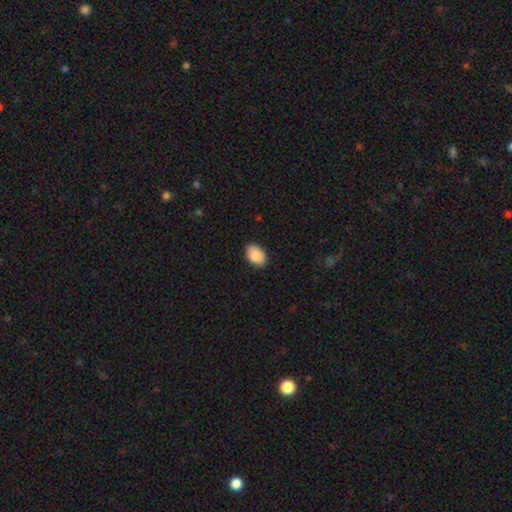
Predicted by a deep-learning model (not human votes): The model was most divided on "merging": none: 86%, minor disturbance: 11%, major disturbance: 2%, merger: 1%. More confident: how rounded — in between (89%); smooth or featured — smooth (87%).